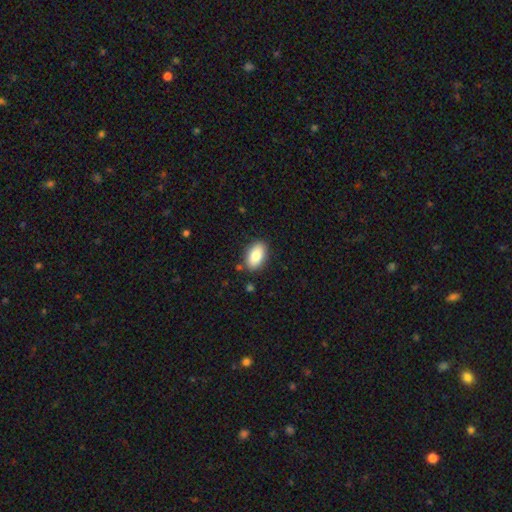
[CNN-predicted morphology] A smooth galaxy with no disk features (84%) that is in between round and cigar-shaped (93%). Merging: none (86%).